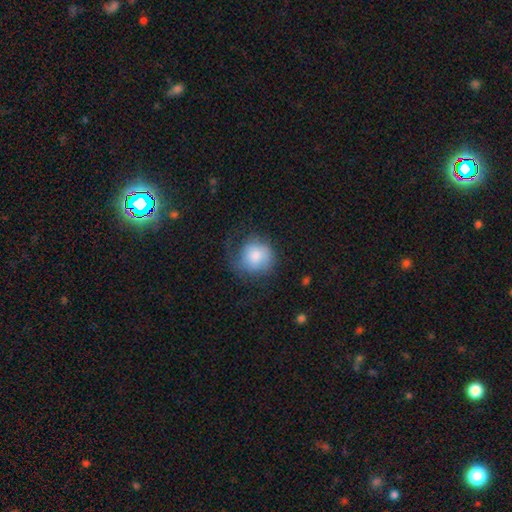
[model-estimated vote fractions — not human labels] Overall: smooth (71%). How rounded: round (87%). Merging: none (48%; major disturbance 26%).